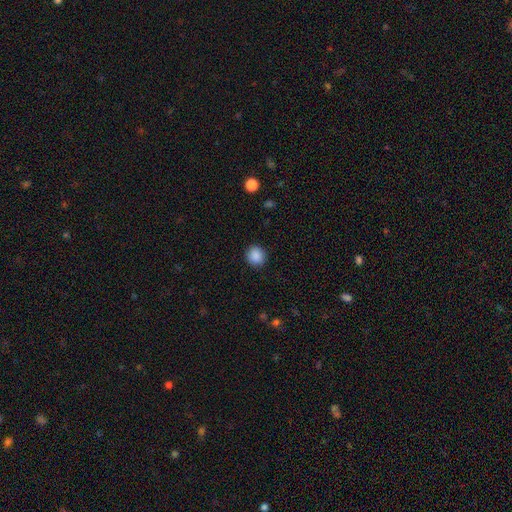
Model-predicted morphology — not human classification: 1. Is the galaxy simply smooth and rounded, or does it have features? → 88% smooth, 9% star or artifact, 3% featured or disk.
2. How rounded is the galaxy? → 85% round, 14% in between, 1% cigar-shaped.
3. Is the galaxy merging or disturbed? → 90% none, 7% minor disturbance, 2% major disturbance, 1% merger.